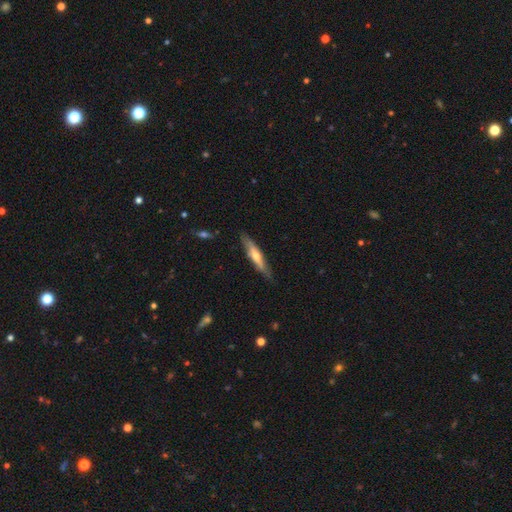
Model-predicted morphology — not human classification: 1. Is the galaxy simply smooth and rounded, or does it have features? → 53% featured or disk, 41% smooth, 6% star or artifact.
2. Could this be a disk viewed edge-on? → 87% yes, 13% no.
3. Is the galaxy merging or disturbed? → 81% none, 15% minor disturbance, 3% major disturbance, 1% merger.